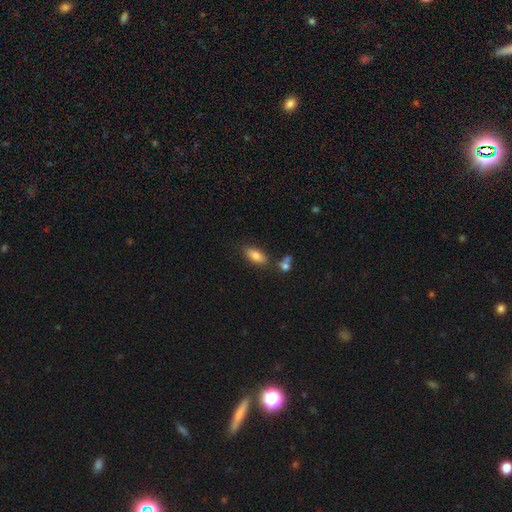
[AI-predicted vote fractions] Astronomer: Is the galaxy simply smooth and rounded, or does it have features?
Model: smooth — 80%.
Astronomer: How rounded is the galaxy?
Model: in between — 82%.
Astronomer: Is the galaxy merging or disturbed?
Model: none — 73%.